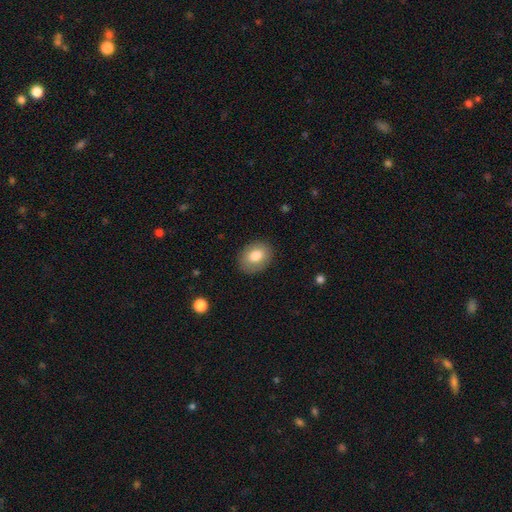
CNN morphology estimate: Smooth or featured?
  - smooth: 81% *
  - featured or disk: 11%
  - star or artifact: 8%
How rounded?
  - in between: 62% *
  - round: 37%
  - cigar-shaped: 1%
Merging?
  - none: 87% *
  - minor disturbance: 10%
  - major disturbance: 3%
  - merger: 1%